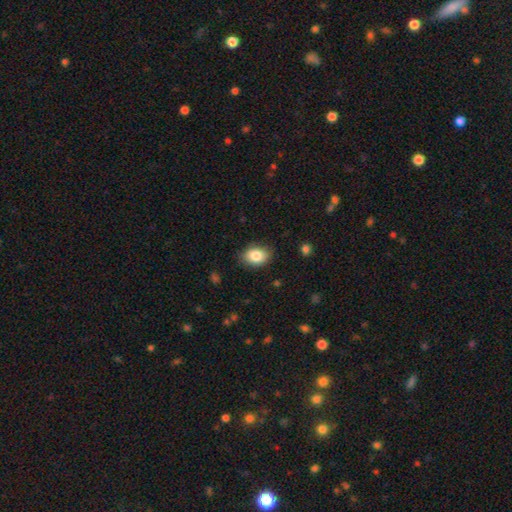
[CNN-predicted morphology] smooth 85%, star or artifact 8%, featured or disk 7%. Down the decision tree: how rounded — in between (75%); merging — none (83%).